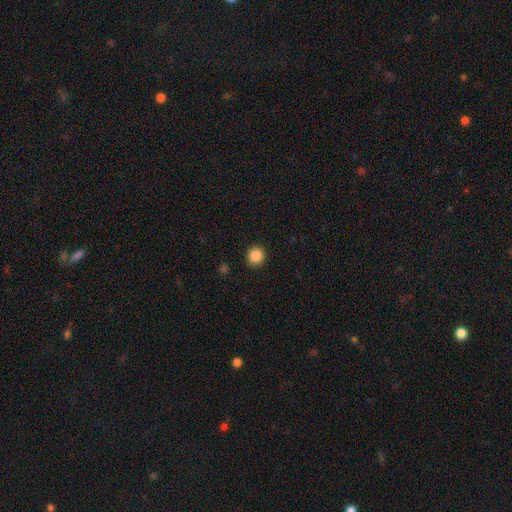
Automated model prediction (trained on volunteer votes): Morphology: type=smooth (87%); roundness=round (93%); merging=none (92%).